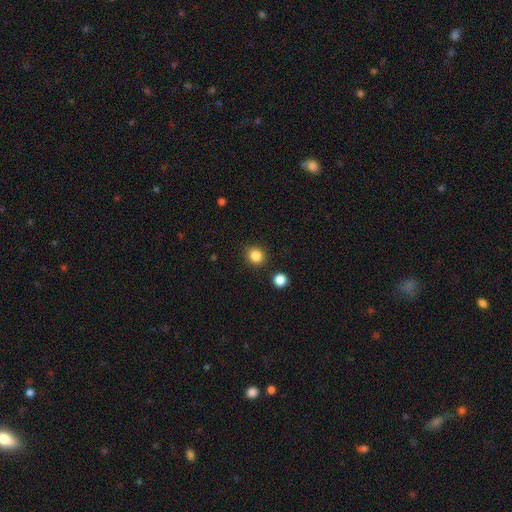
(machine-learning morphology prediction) The model was most divided on "how rounded": round: 84%, in between: 15%, cigar-shaped: 1%. More confident: merging — none (88%); smooth or featured — smooth (85%).